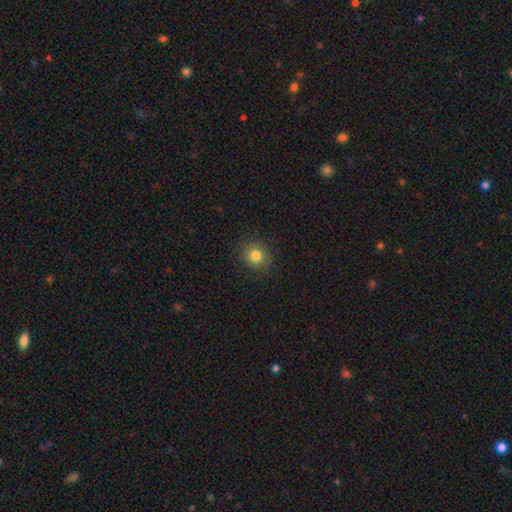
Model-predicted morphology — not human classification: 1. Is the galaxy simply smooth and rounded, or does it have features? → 82% smooth, 11% star or artifact, 6% featured or disk.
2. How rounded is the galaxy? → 81% round, 18% in between, 1% cigar-shaped.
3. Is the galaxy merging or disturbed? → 88% none, 8% minor disturbance, 3% major disturbance, 1% merger.